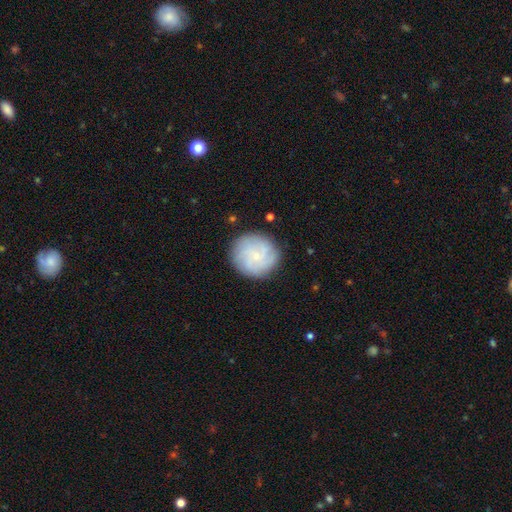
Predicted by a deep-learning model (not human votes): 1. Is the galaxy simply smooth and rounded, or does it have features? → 49% featured or disk, 42% smooth, 9% star or artifact.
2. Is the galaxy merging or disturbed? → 83% none, 12% minor disturbance, 4% major disturbance, 1% merger.